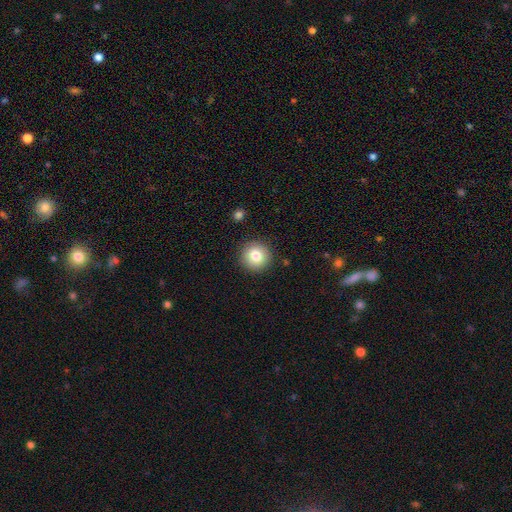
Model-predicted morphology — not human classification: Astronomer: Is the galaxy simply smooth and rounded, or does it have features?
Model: smooth — 81%.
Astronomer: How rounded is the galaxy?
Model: round — 94%.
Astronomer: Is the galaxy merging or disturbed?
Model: none — 90%.